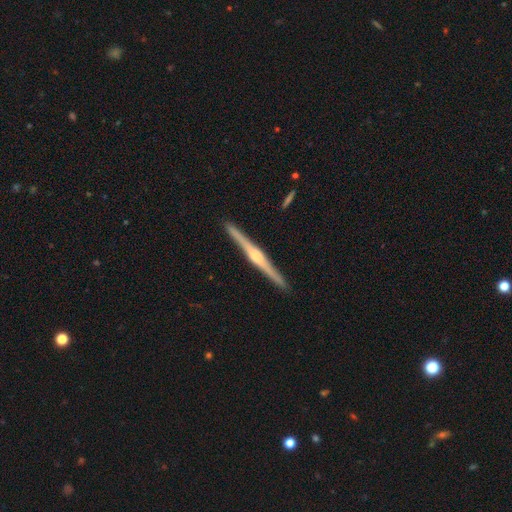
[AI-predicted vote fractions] Smooth or featured? Predicted: featured or disk (p=0.83). Edge-on disk? Predicted: yes (p=0.99). Edge-on bulge? Predicted: rounded (p=0.78). Merging? Predicted: none (p=0.93).